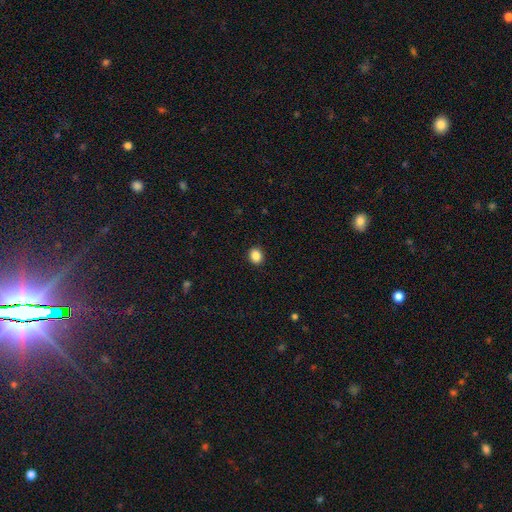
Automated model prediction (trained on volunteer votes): This is clearly a smooth galaxy (87%). How rounded: likely round (63%). Merging: clearly none (92%).